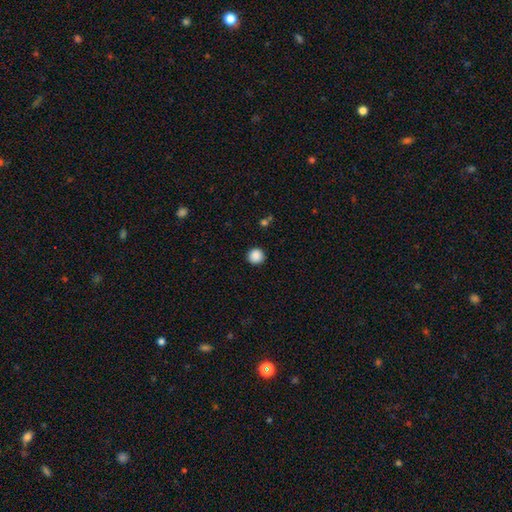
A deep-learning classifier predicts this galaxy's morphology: This appears to be a smooth galaxy with no disk features (88%) that is round (95%). Merging: none (92%).